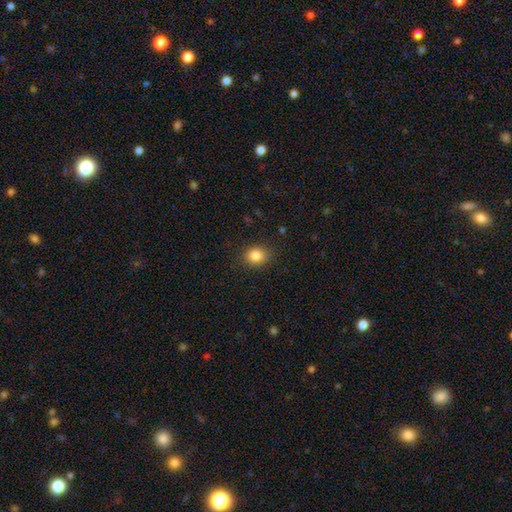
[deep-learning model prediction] This is clearly a smooth galaxy (85%). How rounded: likely round (68%). Merging: clearly none (87%).